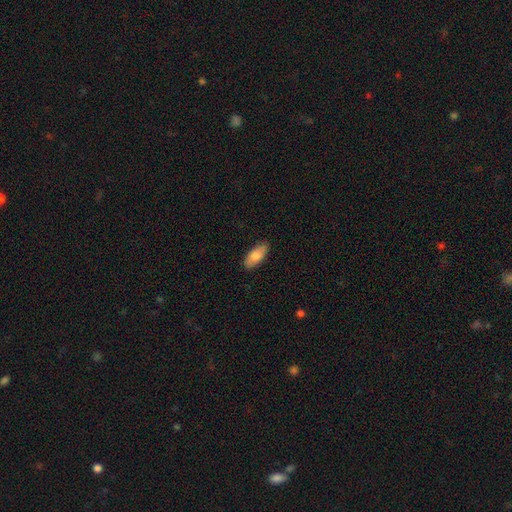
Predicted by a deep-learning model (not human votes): Smooth or featured? Predicted: smooth (p=0.82). How rounded? Predicted: in between (p=0.83). Merging? Predicted: none (p=0.86).